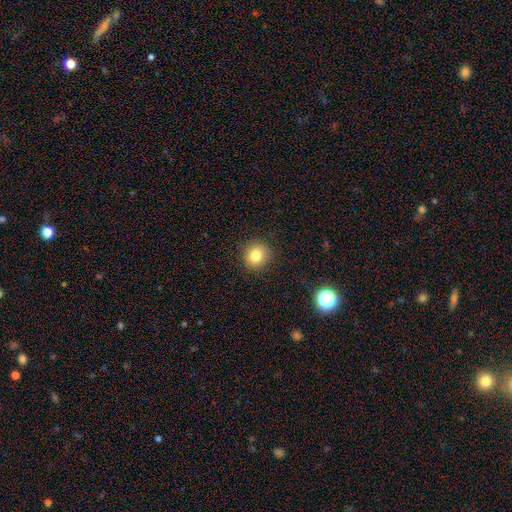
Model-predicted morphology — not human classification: Smooth or featured?
  - smooth: 81% *
  - star or artifact: 12%
  - featured or disk: 7%
How rounded?
  - round: 87% *
  - in between: 12%
  - cigar-shaped: 1%
Merging?
  - none: 90% *
  - minor disturbance: 7%
  - major disturbance: 2%
  - merger: 1%